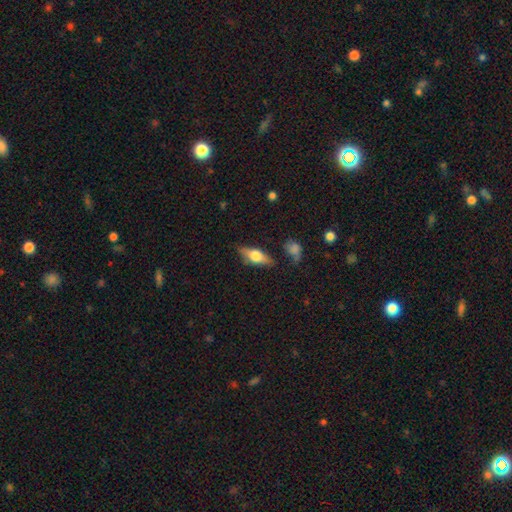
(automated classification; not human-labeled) Morphology: type=featured or disk (47%); merging=none (77%).